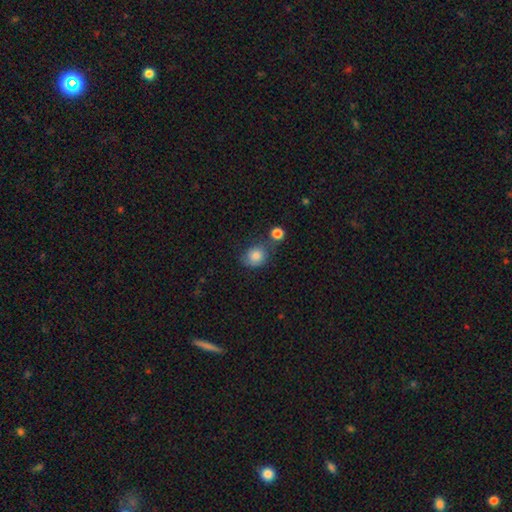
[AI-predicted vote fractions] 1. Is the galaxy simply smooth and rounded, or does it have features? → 81% smooth, 10% featured or disk, 9% star or artifact.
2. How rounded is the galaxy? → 70% round, 29% in between, 1% cigar-shaped.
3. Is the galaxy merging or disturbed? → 53% none, 25% minor disturbance, 12% merger, 10% major disturbance.